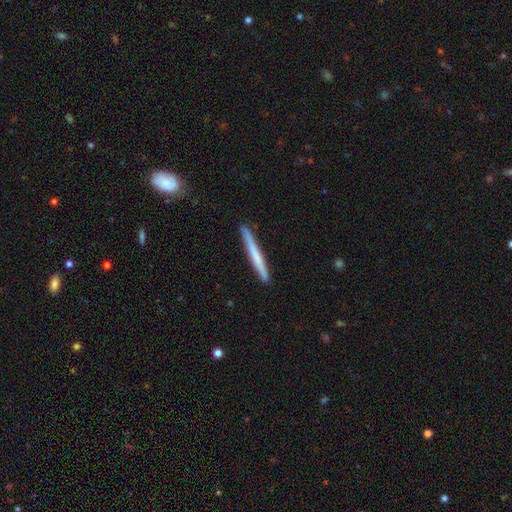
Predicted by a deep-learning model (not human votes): smooth_or_featured: smooth (p=0.56) [alt: featured or disk p=0.39]
how_rounded: cigar-shaped (p=0.97) [alt: in between p=0.02]
merging: none (p=0.90) [alt: minor disturbance p=0.07]